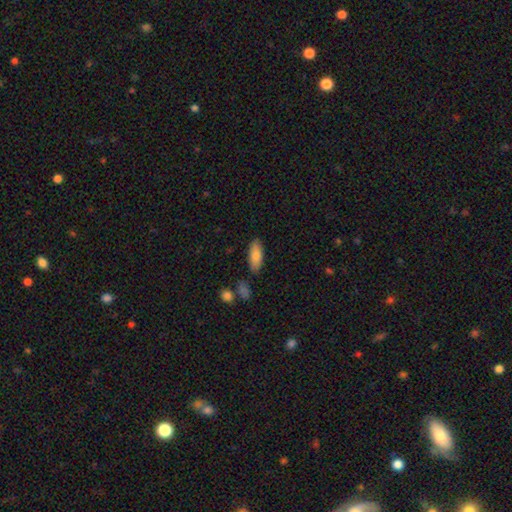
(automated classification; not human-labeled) Smooth or featured: smooth — 82% (featured or disk — 11%)
How rounded: in between — 80% (cigar-shaped — 18%)
Merging: none — 81% (minor disturbance — 13%)